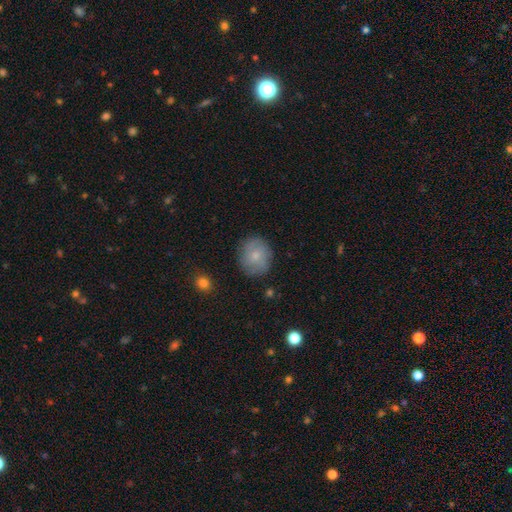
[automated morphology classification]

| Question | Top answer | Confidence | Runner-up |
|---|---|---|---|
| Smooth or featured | smooth | 69% | featured or disk (23%) |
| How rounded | round | 76% | in between (23%) |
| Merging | none | 81% | minor disturbance (14%) |